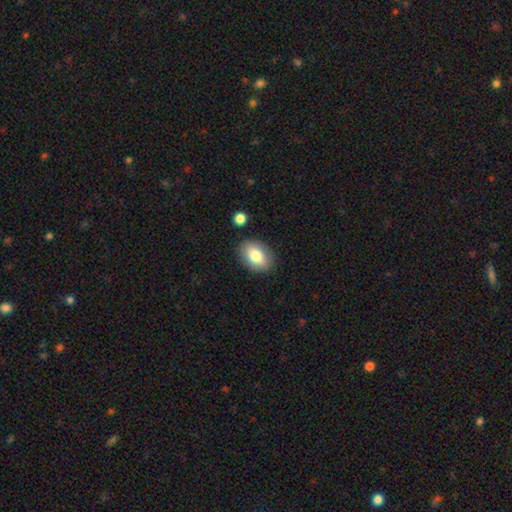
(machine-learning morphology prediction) A smooth galaxy with no disk features (79%) that is in between round and cigar-shaped (83%). Merging: none (85%).